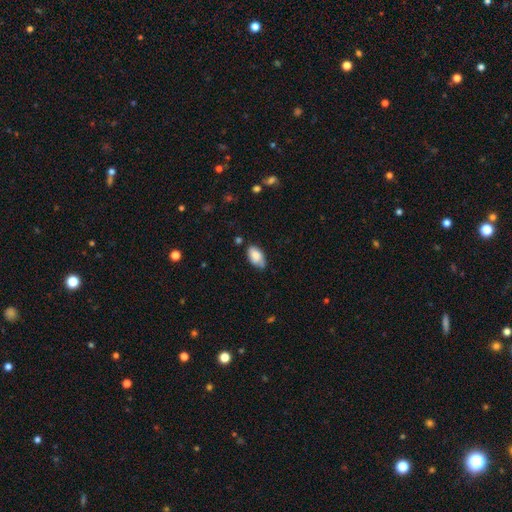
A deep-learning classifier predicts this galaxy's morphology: This appears to be a smooth galaxy with no disk features (77%) that is in between round and cigar-shaped (93%). Merging: none (60%).